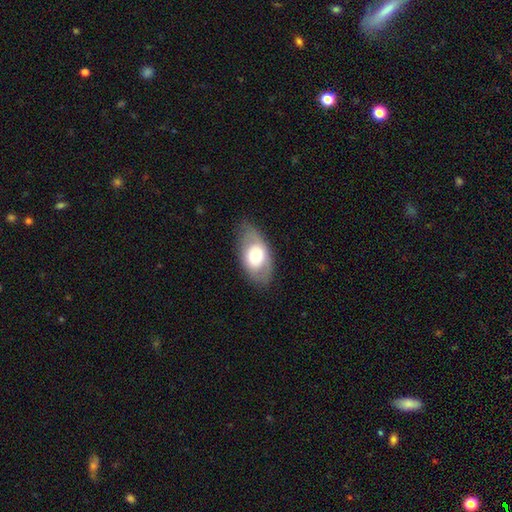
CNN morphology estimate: type=smooth (58%); roundness=in between (90%); merging=none (75%).